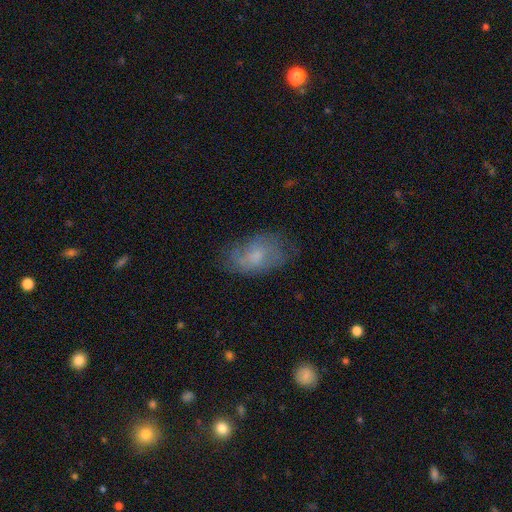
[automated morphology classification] smooth_or_featured: smooth (p=0.51) [alt: featured or disk p=0.40]
how_rounded: in between (p=0.91) [alt: round p=0.07]
merging: none (p=0.63) [alt: minor disturbance p=0.25]